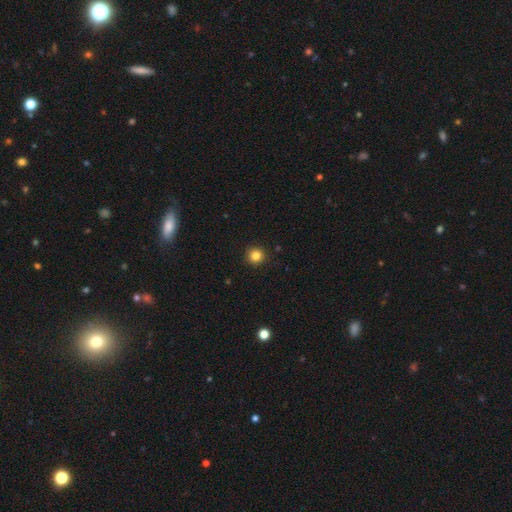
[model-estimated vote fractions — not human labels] Smooth or featured? smooth (84%)
How rounded? round (95%)
Merging? none (92%)